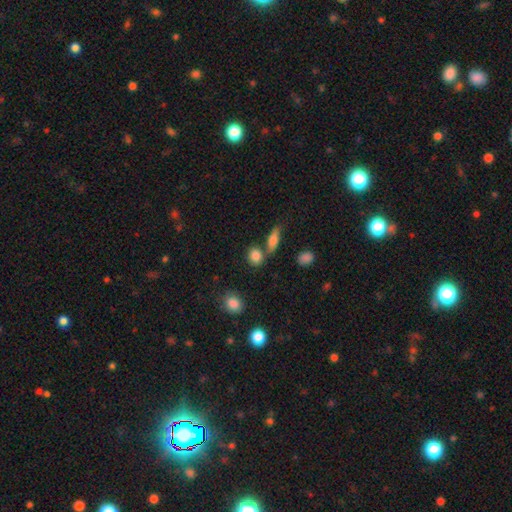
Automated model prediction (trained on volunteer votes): Overall: smooth (83%). How rounded: round (58%; in between 38%). Merging: none (64%).